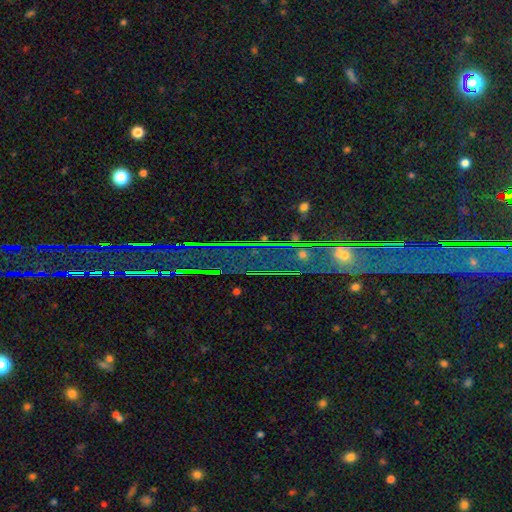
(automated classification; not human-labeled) A star or artifact, not a galaxy (83%).